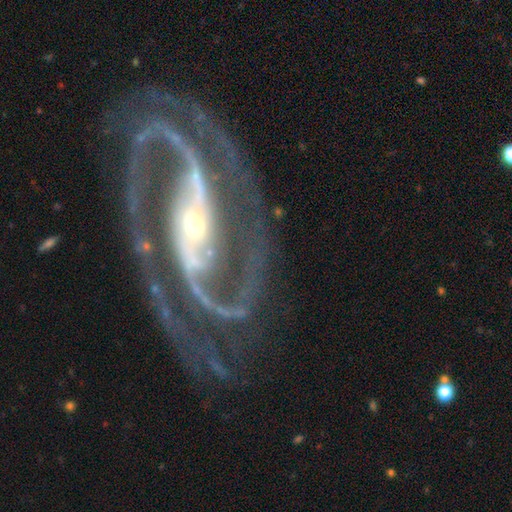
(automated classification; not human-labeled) Smooth or featured?
  - featured or disk: 94% *
  - star or artifact: 4%
  - smooth: 2%
Edge-on disk?
  - no: 97% *
  - yes: 3%
Bar?
  - strong: 62% *
  - weak: 22%
  - no: 16%
Spiral arms?
  - yes: 99% *
  - no: 1%
Spiral winding?
  - medium: 60% *
  - tight: 25%
  - loose: 15%
Spiral arm count?
  - 2: 89% *
  - 3: 4%
  - can't tell: 2%
  - 1: 2%
  - 4: 2%
  - more than 4: 2%
Bulge size?
  - small: 65% *
  - moderate: 30%
  - large: 3%
  - dominant: 1%
  - none: 1%
Merging?
  - none: 75% *
  - minor disturbance: 13%
  - major disturbance: 10%
  - merger: 2%